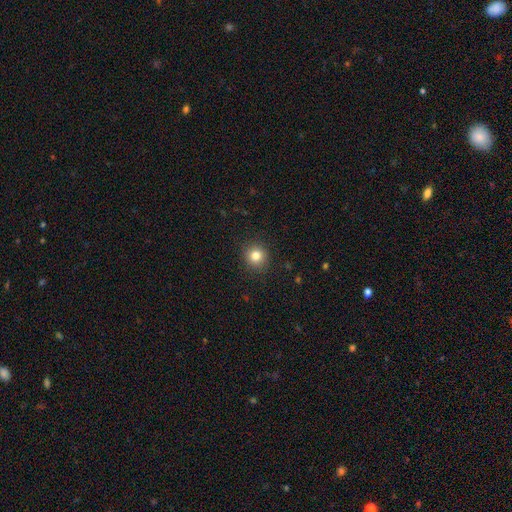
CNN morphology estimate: smooth_or_featured: smooth (p=0.81) [alt: star or artifact p=0.12]
how_rounded: round (p=0.91) [alt: in between p=0.08]
merging: none (p=0.90) [alt: minor disturbance p=0.06]